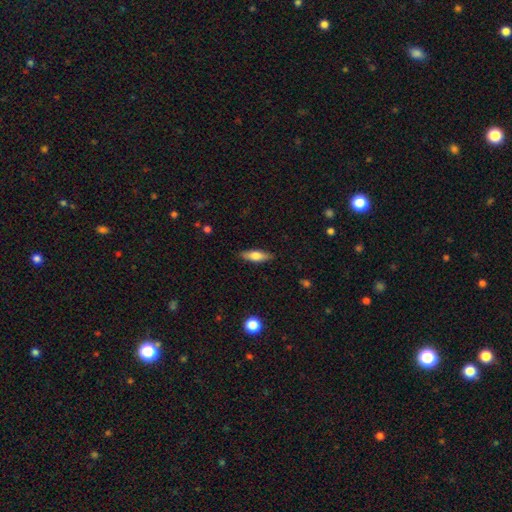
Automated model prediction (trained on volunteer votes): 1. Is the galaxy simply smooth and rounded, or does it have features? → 64% smooth, 30% featured or disk, 6% star or artifact.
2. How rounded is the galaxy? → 50% in between, 47% cigar-shaped, 3% round.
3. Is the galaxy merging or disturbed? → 86% none, 10% minor disturbance, 2% major disturbance, 1% merger.